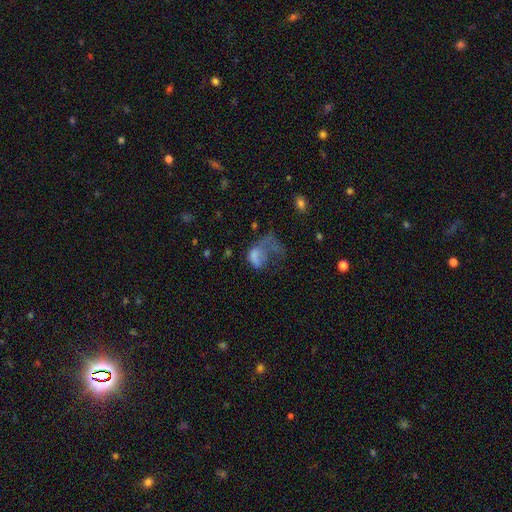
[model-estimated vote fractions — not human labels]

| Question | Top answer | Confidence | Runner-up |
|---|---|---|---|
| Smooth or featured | smooth | 48% | featured or disk (39%) |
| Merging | major disturbance | 70% | none (12%) |